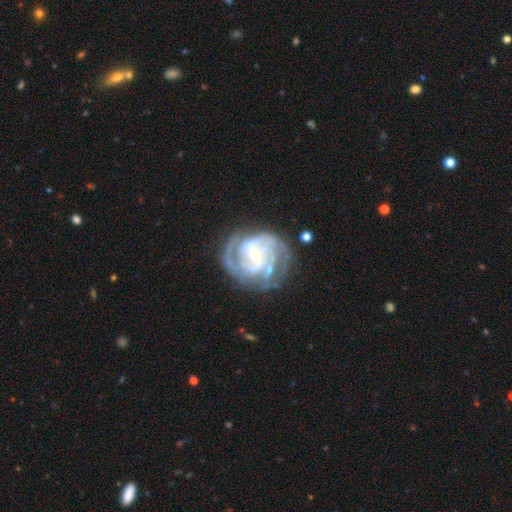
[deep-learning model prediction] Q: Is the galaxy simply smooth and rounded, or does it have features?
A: featured or disk — 87%.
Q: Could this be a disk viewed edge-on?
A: no — 98%.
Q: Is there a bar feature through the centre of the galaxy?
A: no — 66%.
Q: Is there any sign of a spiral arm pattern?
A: yes — 95%.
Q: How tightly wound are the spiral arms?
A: tight — 62%.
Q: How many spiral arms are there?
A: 3 — 26%, tied with 2 and can't tell.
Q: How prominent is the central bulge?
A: small — 64%.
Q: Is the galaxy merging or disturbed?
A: none — 60%.